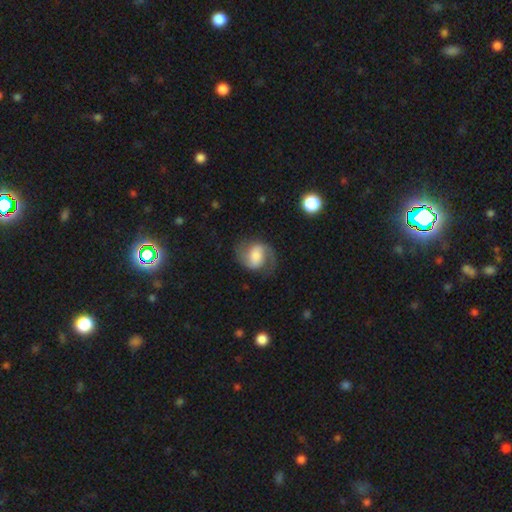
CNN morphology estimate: A featured or disk galaxy (72%) with a weak bar (43%), 2 (89%) medium (51%) spiral arms (94%) and a moderate central bulge (33%). Merging: none (71%).